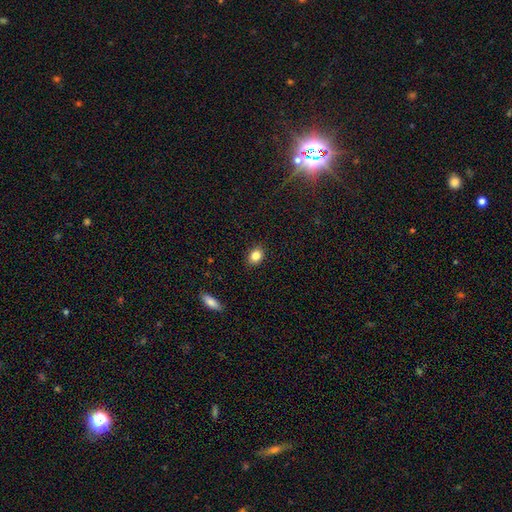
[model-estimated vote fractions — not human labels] Q: Smooth or featured?
A: smooth (84%); runner-up: star or artifact (10%)
Q: How rounded?
A: in between (54%); runner-up: round (45%)
Q: Merging?
A: none (88%); runner-up: minor disturbance (9%)